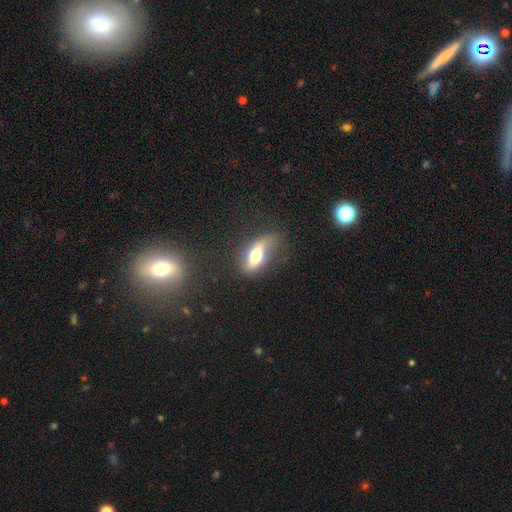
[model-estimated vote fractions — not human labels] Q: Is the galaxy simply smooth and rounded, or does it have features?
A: smooth — 52%.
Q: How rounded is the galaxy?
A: in between — 73%.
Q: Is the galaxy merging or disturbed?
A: none — 54%.